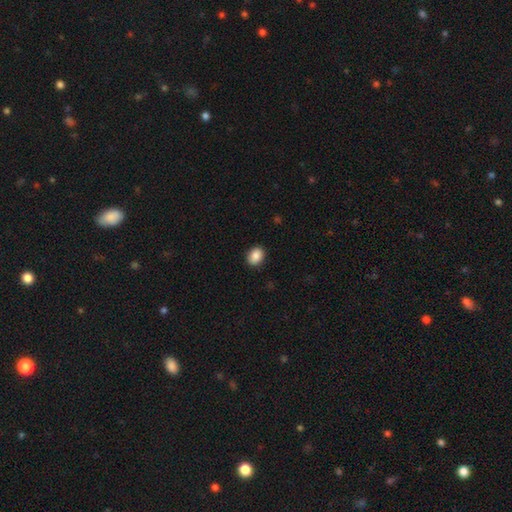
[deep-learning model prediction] Smooth or featured? Predicted: smooth (p=0.89). How rounded? Predicted: in between (p=0.60). Merging? Predicted: none (p=0.90).